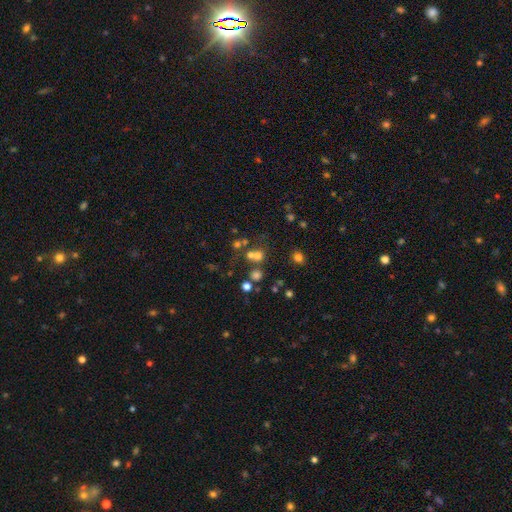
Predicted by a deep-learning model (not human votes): smooth-or-featured: smooth: 60% | star or artifact: 26% | featured or disk: 14%
  how-rounded: round: 84% | in between: 15% | cigar-shaped: 1%
  merging: none: 51% | merger: 36% | minor disturbance: 8% | major disturbance: 5%